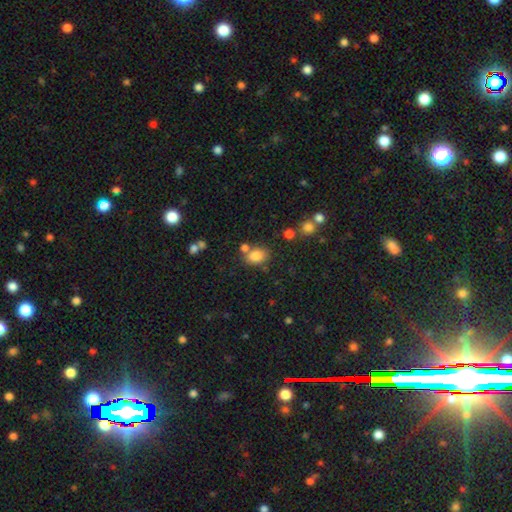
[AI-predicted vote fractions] A smooth galaxy with no disk features (82%) that is in between round and cigar-shaped (68%).

Vote fractions:
- Smooth or featured? smooth: 82% / star or artifact: 11% / featured or disk: 7%
- How rounded? in between: 68% / round: 31% / cigar-shaped: 1%
- Merging? none: 66% / merger: 16% / minor disturbance: 14% / major disturbance: 4%